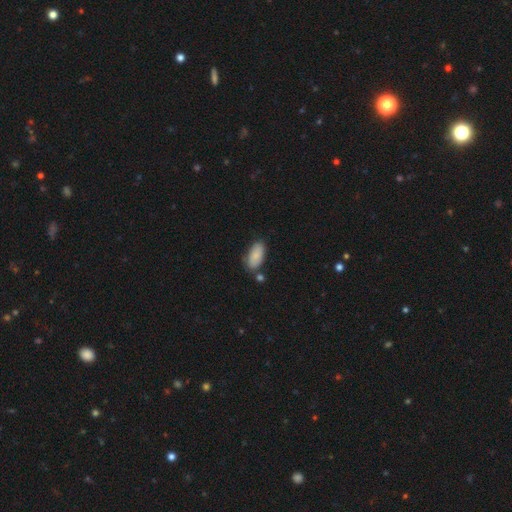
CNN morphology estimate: A smooth galaxy with no disk features (84%) that is in between round and cigar-shaped (92%).

Vote fractions:
- Smooth or featured? smooth: 84% / featured or disk: 10% / star or artifact: 6%
- How rounded? in between: 92% / cigar-shaped: 5% / round: 2%
- Merging? none: 70% / minor disturbance: 19% / merger: 7% / major disturbance: 4%